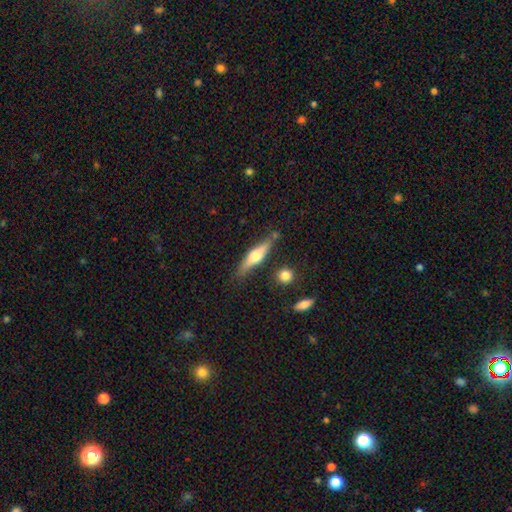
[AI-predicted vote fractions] Q: Smooth or featured?
A: featured or disk (55%); runner-up: smooth (39%)
Q: Edge-on disk?
A: yes (93%); runner-up: no (7%)
Q: Edge-on bulge?
A: rounded (91%); runner-up: boxy (5%)
Q: Merging?
A: none (76%); runner-up: minor disturbance (15%)